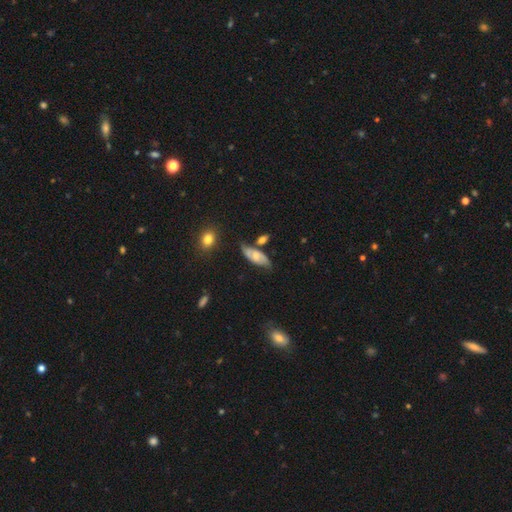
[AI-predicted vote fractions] Smooth or featured? featured or disk (49%)
Merging? none (58%)